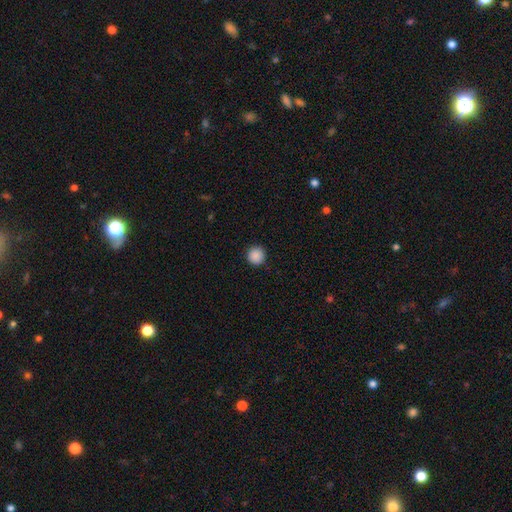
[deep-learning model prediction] The model was most divided on "smooth or featured": smooth: 89%, star or artifact: 9%, featured or disk: 2%. More confident: how rounded — round (95%); merging — none (93%).